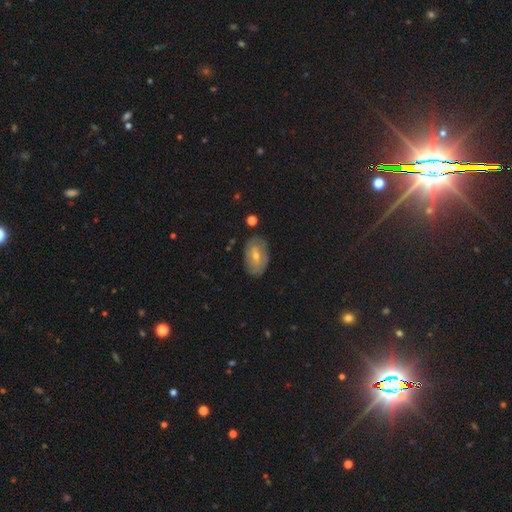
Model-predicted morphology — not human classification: Smooth or featured? Predicted: featured or disk (p=0.50). Merging? Predicted: none (p=0.81).